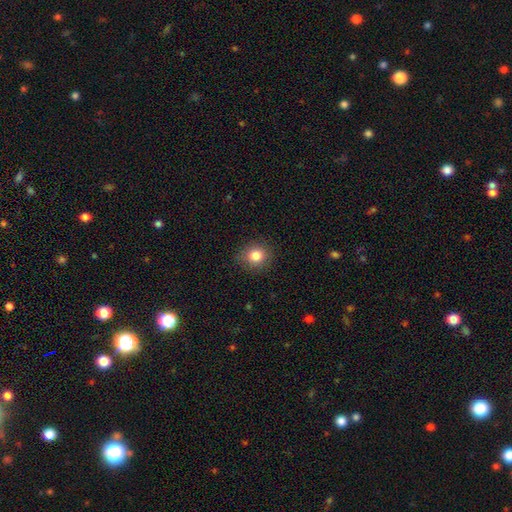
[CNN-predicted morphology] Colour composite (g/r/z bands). It shows a smooth galaxy with no disk features (83%) that is round (85%). Merging: none (87%).